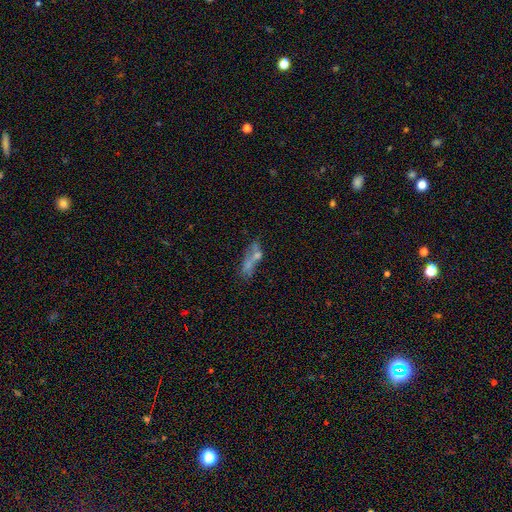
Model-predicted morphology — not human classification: Smooth or featured? Predicted: smooth (p=0.43). Merging? Predicted: merger (p=0.37).